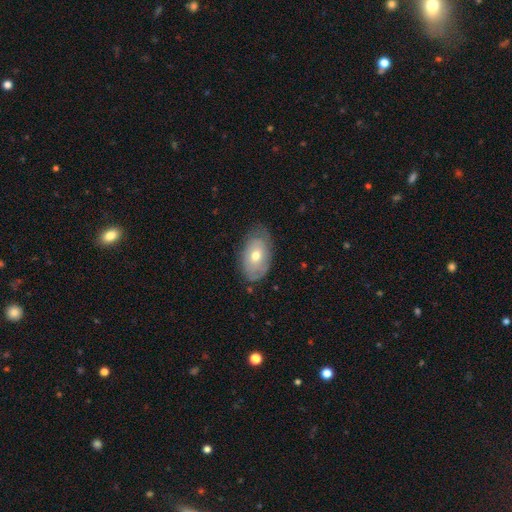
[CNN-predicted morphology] A smooth galaxy with no disk features (48%).

Vote fractions:
- Smooth or featured? smooth: 48% / featured or disk: 45% / star or artifact: 6%
- Merging? none: 71% / minor disturbance: 23% / major disturbance: 5% / merger: 1%